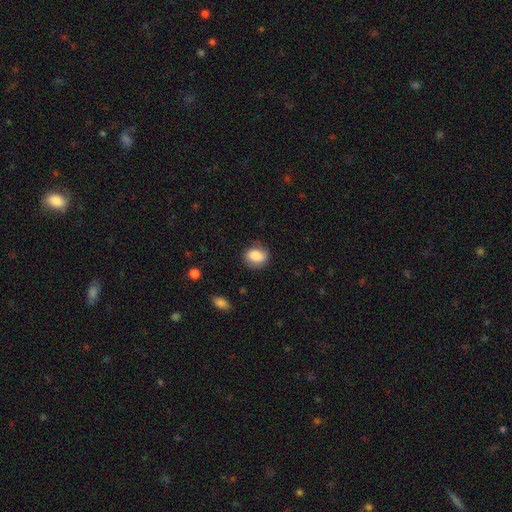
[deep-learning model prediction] Smooth or featured?
  - smooth: 85% *
  - star or artifact: 8%
  - featured or disk: 8%
How rounded?
  - in between: 58% *
  - round: 41%
  - cigar-shaped: 1%
Merging?
  - none: 77% *
  - minor disturbance: 17%
  - major disturbance: 4%
  - merger: 1%